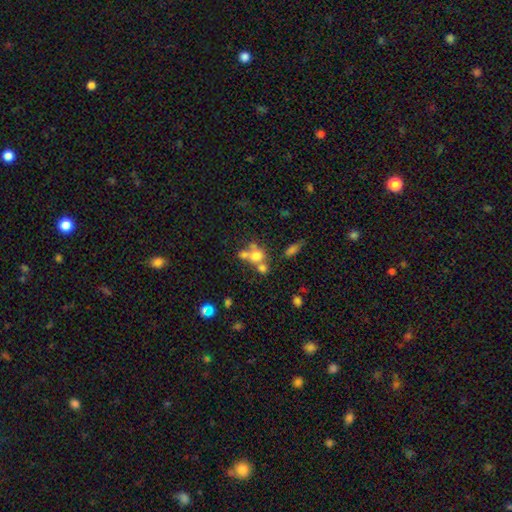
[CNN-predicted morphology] Smooth or featured? smooth (64%)
How rounded? round (68%)
Merging? merger (50%)